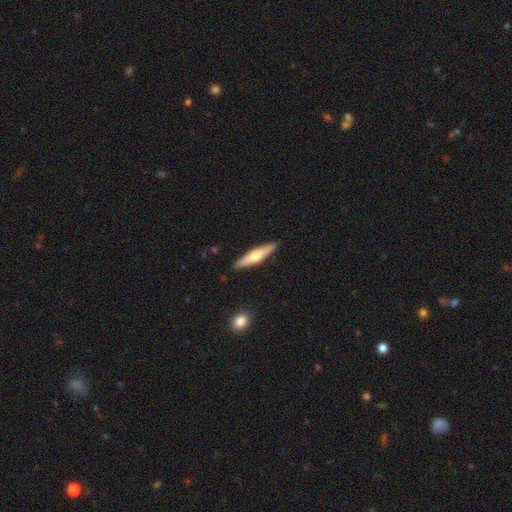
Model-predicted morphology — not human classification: A featured or disk galaxy (51%) viewed edge-on (95%). Merging: none (90%).